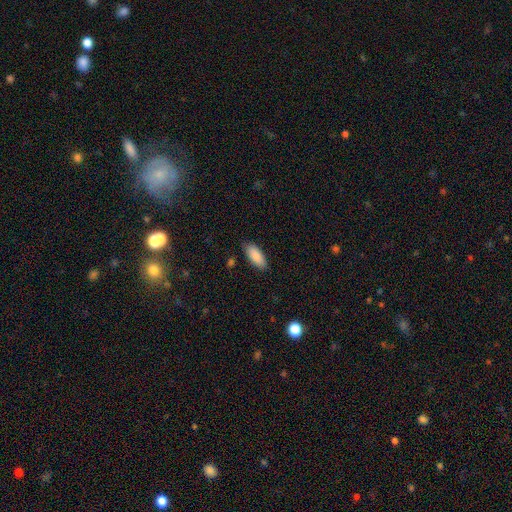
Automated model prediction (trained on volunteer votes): The model was most divided on "how rounded": in between: 83%, cigar-shaped: 15%, round: 2%. More confident: smooth or featured — smooth (88%); merging — none (85%).